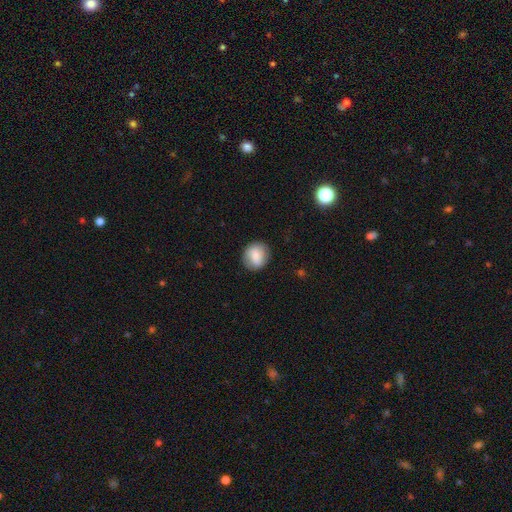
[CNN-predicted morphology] Smooth or featured? Predicted: smooth (p=0.80). How rounded? Predicted: round (p=0.82). Merging? Predicted: none (p=0.87).